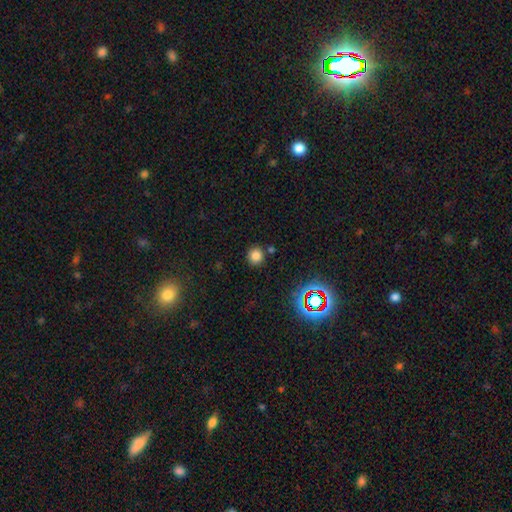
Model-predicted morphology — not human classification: A smooth galaxy with no disk features (79%) that is round (92%). Merging: none (84%).